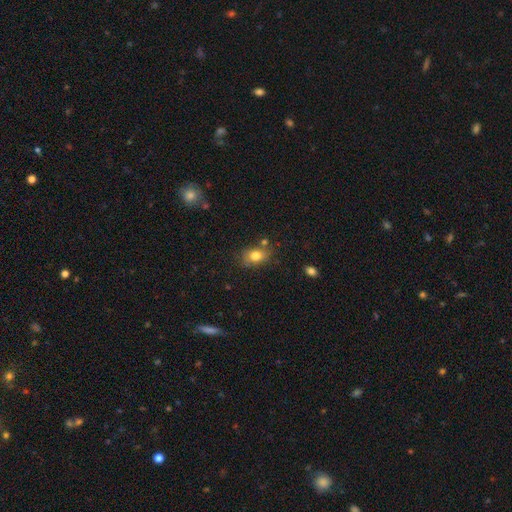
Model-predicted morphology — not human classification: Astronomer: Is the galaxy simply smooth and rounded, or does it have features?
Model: smooth — 79%.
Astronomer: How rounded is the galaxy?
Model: in between — 73%.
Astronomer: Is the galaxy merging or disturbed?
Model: none — 69%.